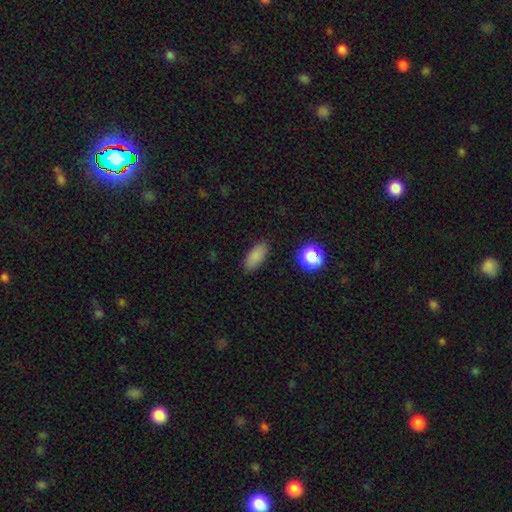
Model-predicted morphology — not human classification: Q: Smooth or featured?
A: smooth (85%); runner-up: star or artifact (10%)
Q: How rounded?
A: in between (83%); runner-up: cigar-shaped (12%)
Q: Merging?
A: none (85%); runner-up: minor disturbance (10%)